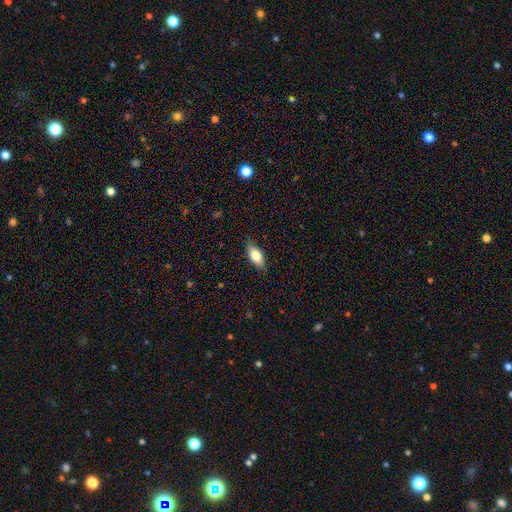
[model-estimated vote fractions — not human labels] This appears to be a smooth galaxy with no disk features (77%) that is in between round and cigar-shaped (85%). Merging: none (86%).